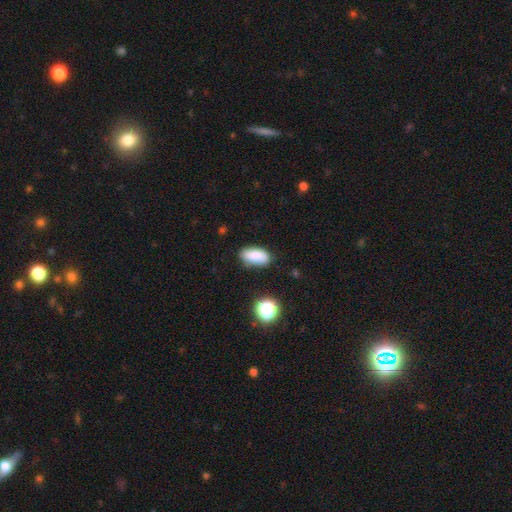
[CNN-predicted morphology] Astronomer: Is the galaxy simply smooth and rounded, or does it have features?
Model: smooth — 83%.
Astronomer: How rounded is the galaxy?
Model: in between — 89%.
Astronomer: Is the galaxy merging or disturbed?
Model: none — 78%.